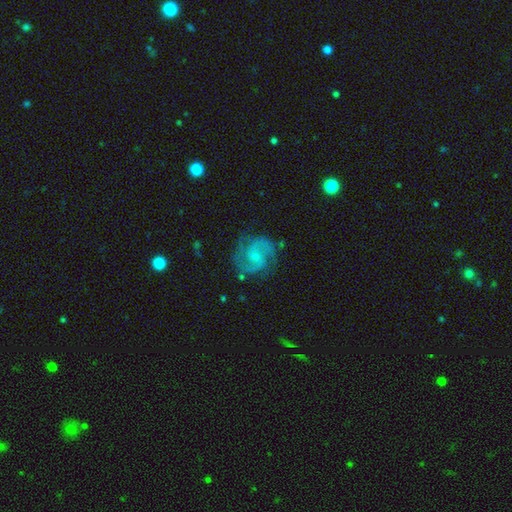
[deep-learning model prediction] This is clearly a featured or disk galaxy (86%). It is clearly not viewed edge-on (98%). Bar: likely no (61%). Spiral arm pattern: clearly yes (97%). Spiral arm count: likely 2 (79%). Spiral winding: possibly medium (54%). Central bulge: likely small (69%). Merging: likely none (76%).